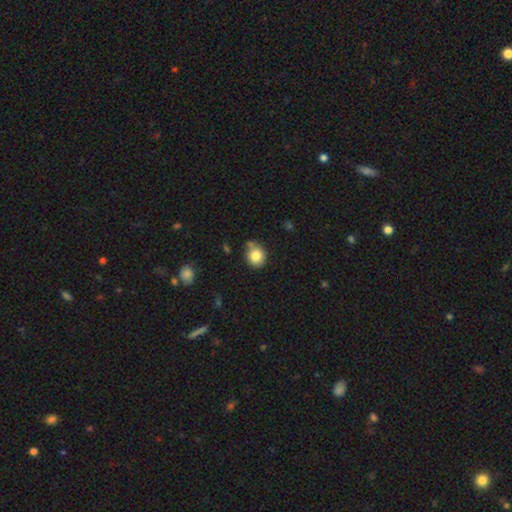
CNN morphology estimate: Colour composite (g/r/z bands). It shows a smooth galaxy with no disk features (83%) that is round (73%). Merging: none (72%).